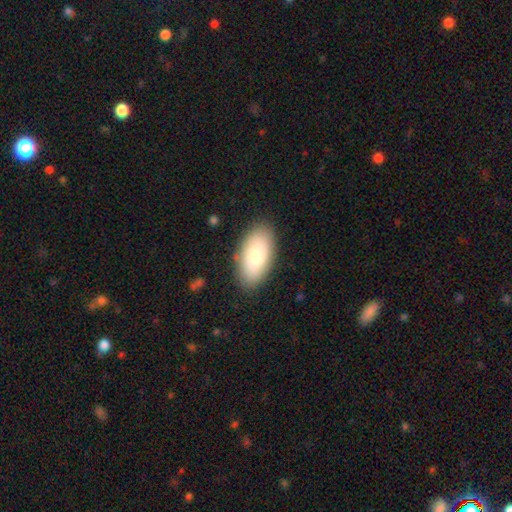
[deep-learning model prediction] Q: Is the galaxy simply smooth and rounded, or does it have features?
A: smooth — 78%.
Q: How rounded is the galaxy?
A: in between — 94%.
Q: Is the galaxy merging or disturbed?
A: none — 86%.